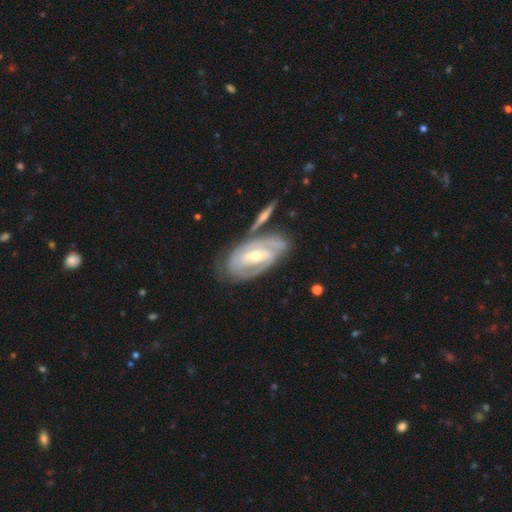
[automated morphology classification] Smooth or featured: featured or disk — 85% (smooth — 10%)
Edge-on disk: no — 94% (yes — 6%)
Bar: weak — 39% (strong — 32%)
Spiral arms: yes — 91% (no — 9%)
Spiral winding: tight — 67% (medium — 27%)
Spiral arm count: 2 — 53% (can't tell — 26%)
Bulge size: small — 51% (moderate — 46%)
Merging: none — 63% (minor disturbance — 18%)